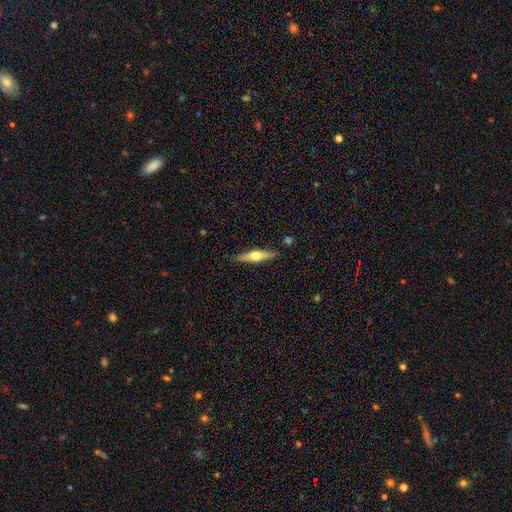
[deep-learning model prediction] A featured or disk galaxy (56%) viewed edge-on (95%) with a rounded central bulge (93%).

Vote fractions:
- Smooth or featured? featured or disk: 56% / smooth: 38% / star or artifact: 6%
- Edge-on disk? yes: 95% / no: 5%
- Edge-on bulge? rounded: 93% / boxy: 4% / none: 3%
- Merging? none: 87% / minor disturbance: 10% / major disturbance: 2% / merger: 2%